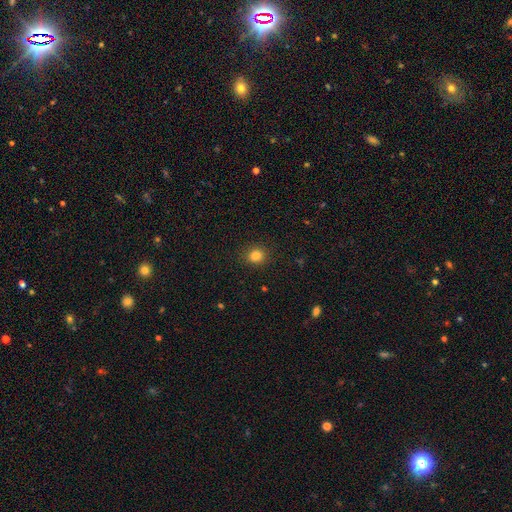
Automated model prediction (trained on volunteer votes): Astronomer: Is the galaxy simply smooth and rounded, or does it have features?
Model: smooth — 84%.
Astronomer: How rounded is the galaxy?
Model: round — 77%.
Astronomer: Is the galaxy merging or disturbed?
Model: none — 89%.